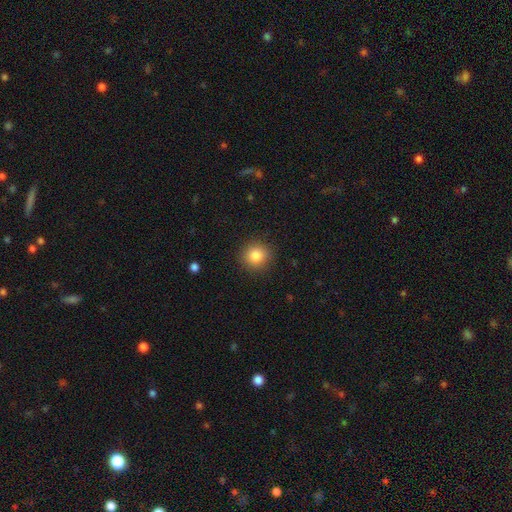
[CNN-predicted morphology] Smooth or featured?
  - smooth: 84% *
  - star or artifact: 10%
  - featured or disk: 6%
How rounded?
  - round: 90% *
  - in between: 9%
  - cigar-shaped: 1%
Merging?
  - none: 90% *
  - minor disturbance: 7%
  - major disturbance: 2%
  - merger: 1%